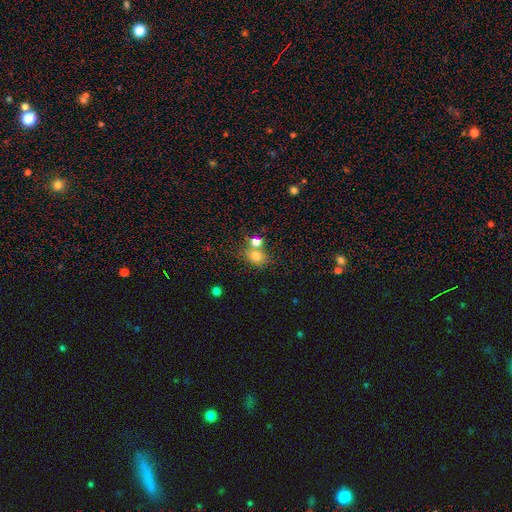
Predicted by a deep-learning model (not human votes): Q: Smooth or featured?
A: smooth (75%); runner-up: star or artifact (14%)
Q: How rounded?
A: round (58%); runner-up: in between (41%)
Q: Merging?
A: none (53%); runner-up: merger (31%)